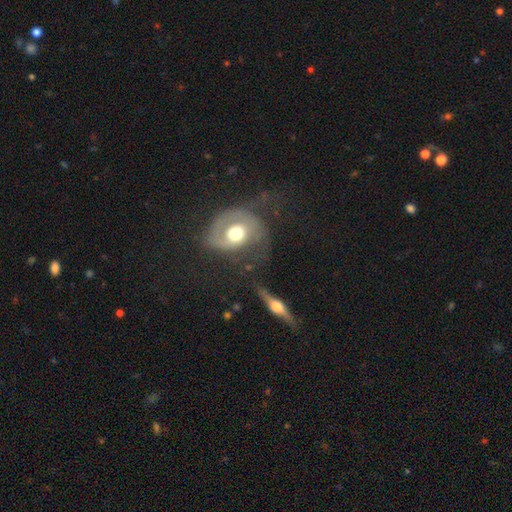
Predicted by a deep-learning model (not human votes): Smooth or featured: featured or disk — 68% (smooth — 22%)
Edge-on disk: no — 94% (yes — 6%)
Bar: no — 61% (weak — 28%)
Spiral arms: yes — 72% (no — 28%)
Bulge size: moderate — 65% (large — 20%)
Merging: none — 45% (major disturbance — 21%)